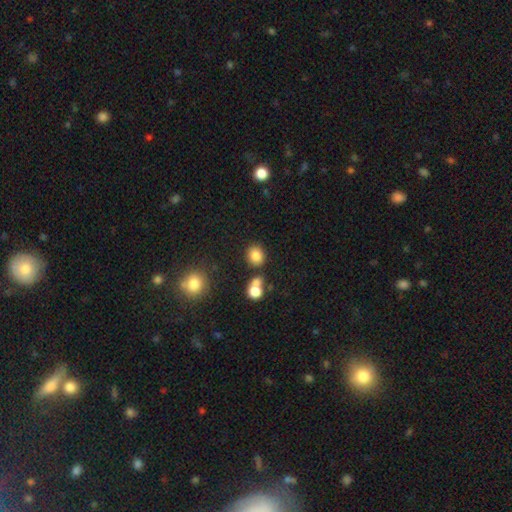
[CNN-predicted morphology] A smooth galaxy with no disk features (82%) that is round (65%). Merging: none (74%).